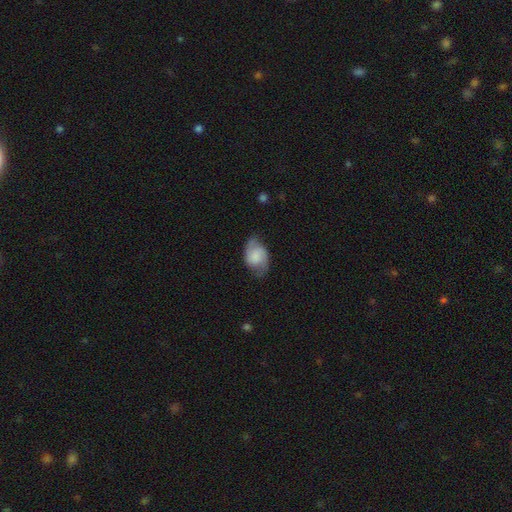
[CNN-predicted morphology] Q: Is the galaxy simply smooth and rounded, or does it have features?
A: featured or disk — 52%.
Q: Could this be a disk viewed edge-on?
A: no — 97%.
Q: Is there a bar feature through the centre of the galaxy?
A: no — 60%.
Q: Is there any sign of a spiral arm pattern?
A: yes — 89%.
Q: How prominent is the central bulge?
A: none — 38%.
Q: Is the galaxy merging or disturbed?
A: none — 67%.